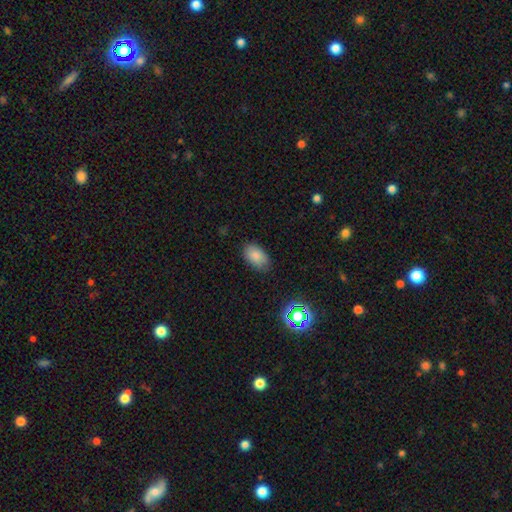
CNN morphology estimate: Smooth or featured? smooth (84%)
How rounded? in between (90%)
Merging? none (82%)